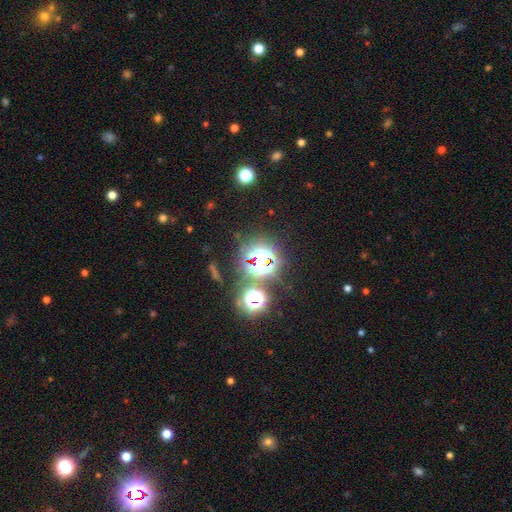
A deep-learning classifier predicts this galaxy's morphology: type=star or artifact (72%).